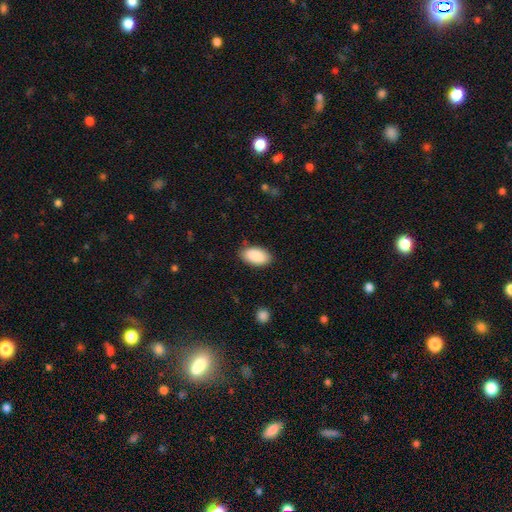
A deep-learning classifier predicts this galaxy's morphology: smooth 90%, star or artifact 6%, featured or disk 4%. Down the decision tree: how rounded — in between (95%); merging — none (85%).